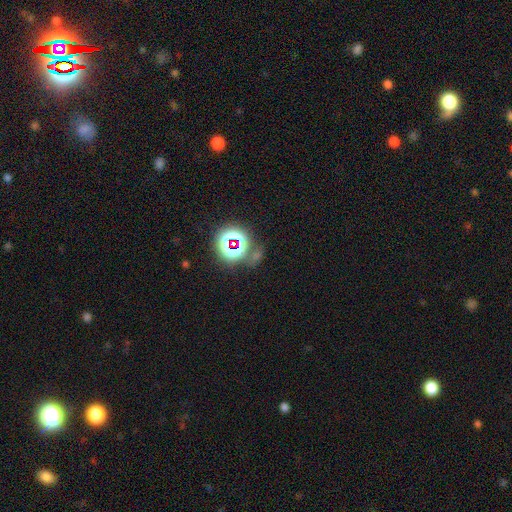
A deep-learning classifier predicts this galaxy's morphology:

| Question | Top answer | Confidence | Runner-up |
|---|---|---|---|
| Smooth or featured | star or artifact | 69% | smooth (21%) |